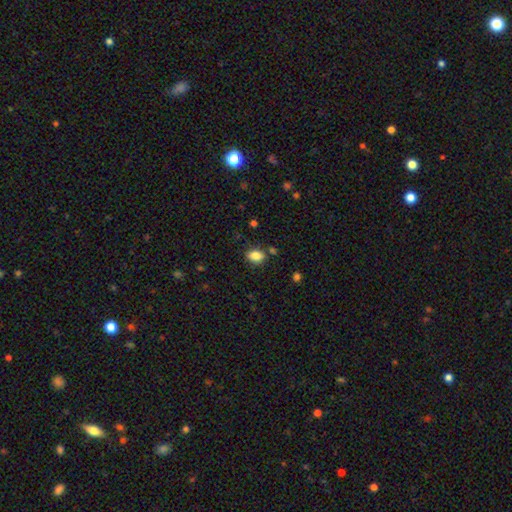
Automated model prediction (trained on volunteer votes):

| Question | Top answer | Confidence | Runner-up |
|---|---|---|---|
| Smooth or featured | smooth | 85% | star or artifact (9%) |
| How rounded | in between | 76% | round (23%) |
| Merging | none | 78% | minor disturbance (13%) |